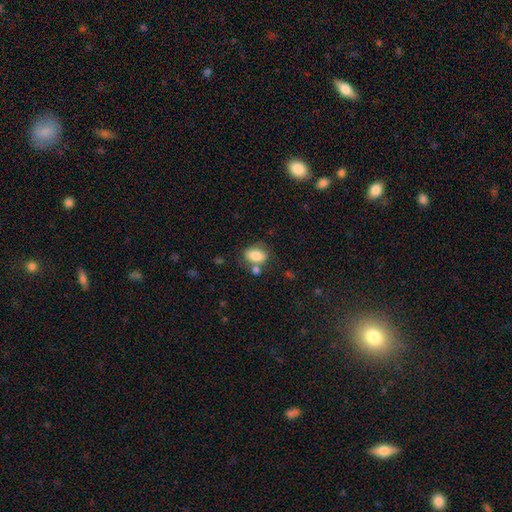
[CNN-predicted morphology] Smooth or featured? smooth (81%)
How rounded? in between (78%)
Merging? none (57%)